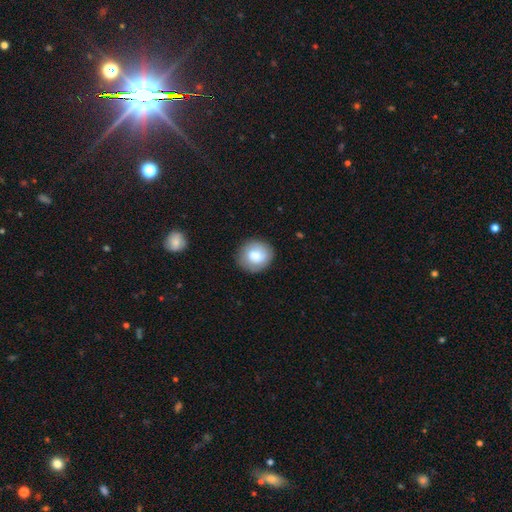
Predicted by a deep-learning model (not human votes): Smooth or featured? Predicted: smooth (p=0.77). How rounded? Predicted: round (p=0.83). Merging? Predicted: none (p=0.83).